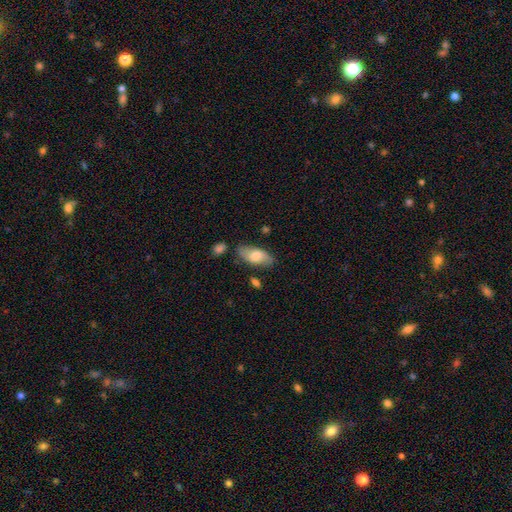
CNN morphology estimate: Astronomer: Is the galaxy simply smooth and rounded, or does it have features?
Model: smooth — 66%.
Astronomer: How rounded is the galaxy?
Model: in between — 90%.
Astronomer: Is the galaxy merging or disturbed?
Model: none — 72%.